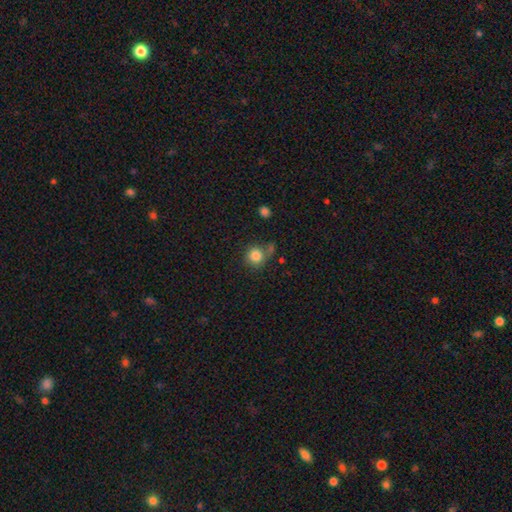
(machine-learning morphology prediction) This appears to be a smooth galaxy with no disk features (83%) that is round (90%). Merging: none (66%).